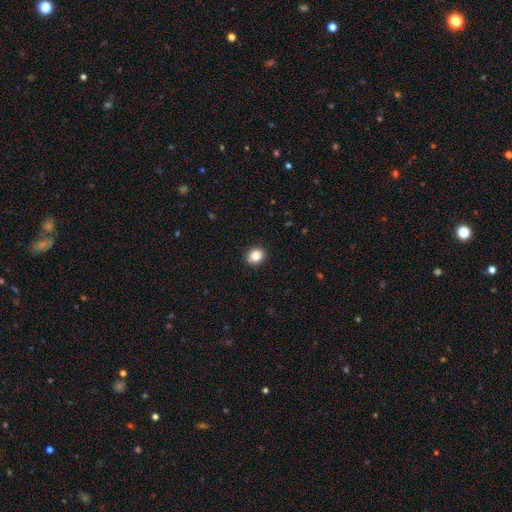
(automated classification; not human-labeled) A smooth galaxy with no disk features (86%) that is round (66%).

Vote fractions:
- Smooth or featured? smooth: 86% / star or artifact: 10% / featured or disk: 5%
- How rounded? round: 66% / in between: 33% / cigar-shaped: 1%
- Merging? none: 91% / minor disturbance: 6% / major disturbance: 2% / merger: 1%